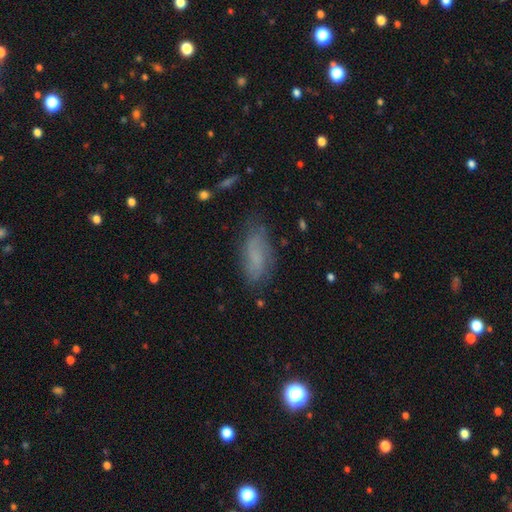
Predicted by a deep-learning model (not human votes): A smooth galaxy with no disk features (62%) that is in between round and cigar-shaped (79%). Merging: none (68%).